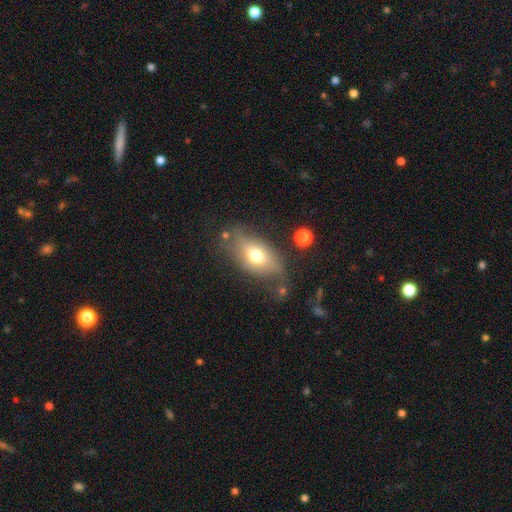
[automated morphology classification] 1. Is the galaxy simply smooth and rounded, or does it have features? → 63% smooth, 27% featured or disk, 10% star or artifact.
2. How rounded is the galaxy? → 84% in between, 10% round, 6% cigar-shaped.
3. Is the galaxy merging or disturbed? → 55% none, 26% minor disturbance, 15% major disturbance, 5% merger.